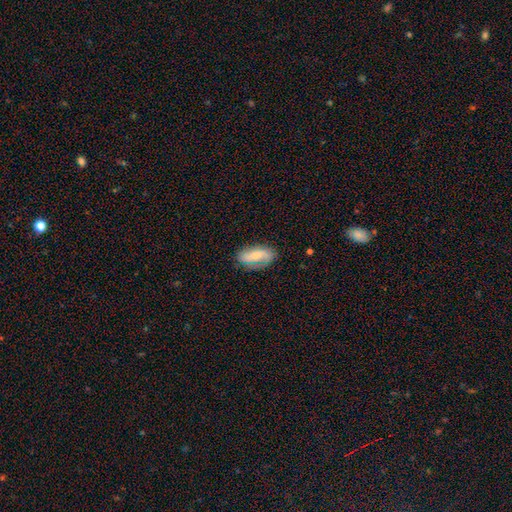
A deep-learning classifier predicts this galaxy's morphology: A smooth galaxy with no disk features (57%) that is in between round and cigar-shaped (87%). Merging: none (74%).